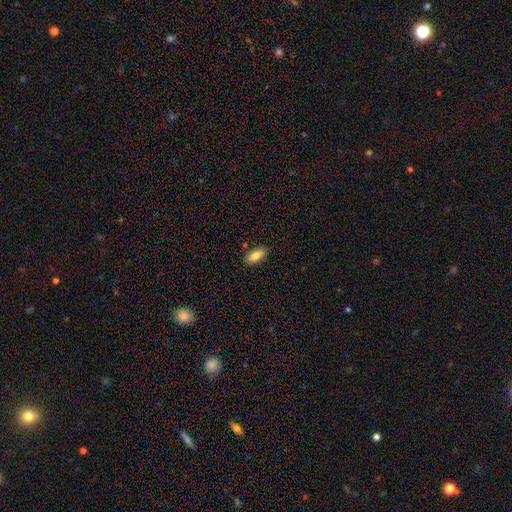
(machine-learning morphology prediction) smooth_or_featured: smooth (p=0.82) [alt: featured or disk p=0.11]
how_rounded: in between (p=0.87) [alt: cigar-shaped p=0.11]
merging: none (p=0.87) [alt: minor disturbance p=0.09]